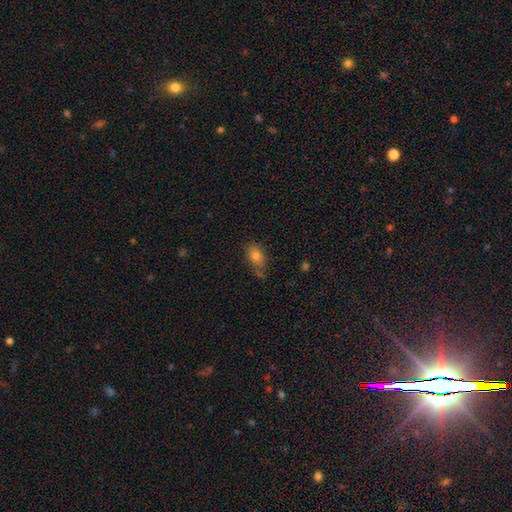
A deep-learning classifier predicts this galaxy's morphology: Smooth or featured? Predicted: smooth (p=0.78). How rounded? Predicted: in between (p=0.80). Merging? Predicted: none (p=0.61).